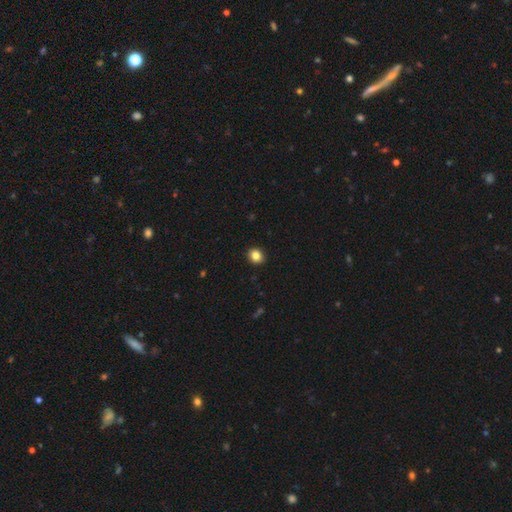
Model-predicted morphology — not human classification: Overall: smooth (84%). How rounded: round (71%). Merging: none (92%).